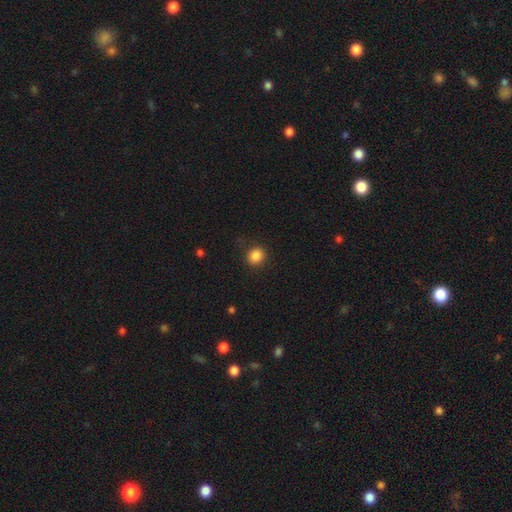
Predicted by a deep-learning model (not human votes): Q: Smooth or featured?
A: smooth (86%); runner-up: star or artifact (10%)
Q: How rounded?
A: round (81%); runner-up: in between (18%)
Q: Merging?
A: none (86%); runner-up: minor disturbance (9%)